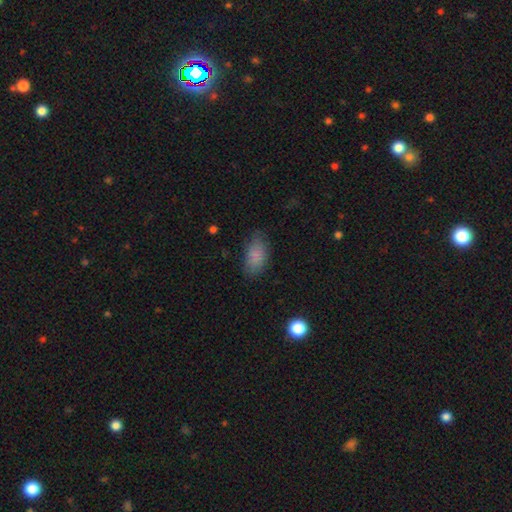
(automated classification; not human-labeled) Q: Smooth or featured?
A: smooth (85%); runner-up: star or artifact (8%)
Q: How rounded?
A: in between (92%); runner-up: round (5%)
Q: Merging?
A: none (75%); runner-up: minor disturbance (18%)